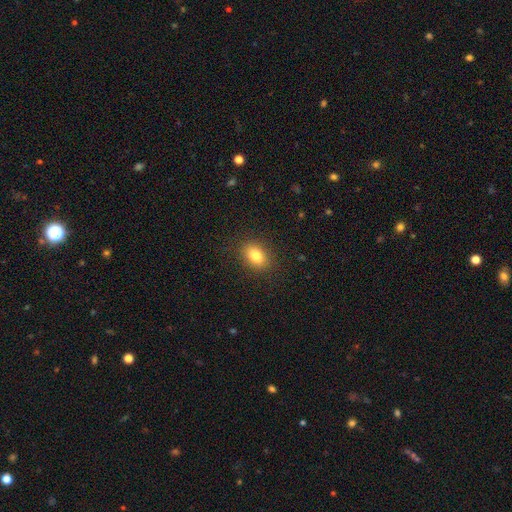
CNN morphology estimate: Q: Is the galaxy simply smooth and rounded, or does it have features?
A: smooth — 82%.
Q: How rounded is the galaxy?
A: in between — 78%.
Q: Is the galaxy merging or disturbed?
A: none — 88%.